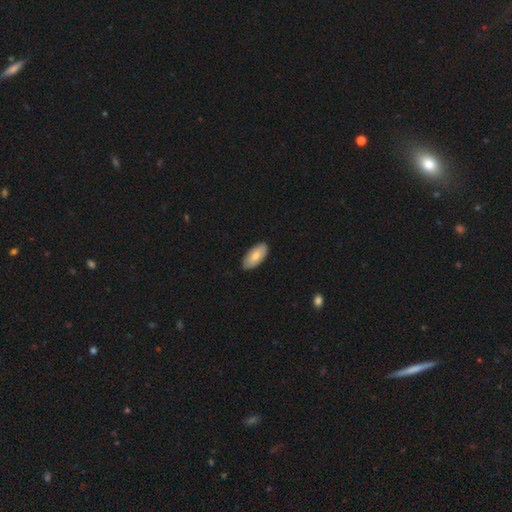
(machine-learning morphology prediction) A smooth galaxy with no disk features (75%) that is in between round and cigar-shaped (94%). Merging: none (88%).